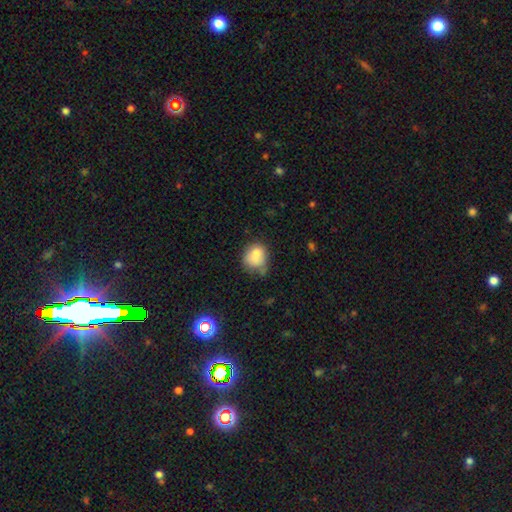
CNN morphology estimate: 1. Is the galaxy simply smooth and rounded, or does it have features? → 76% smooth, 14% featured or disk, 9% star or artifact.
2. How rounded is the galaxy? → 62% round, 37% in between, 1% cigar-shaped.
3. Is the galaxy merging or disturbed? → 41% none, 31% minor disturbance, 16% merger, 12% major disturbance.